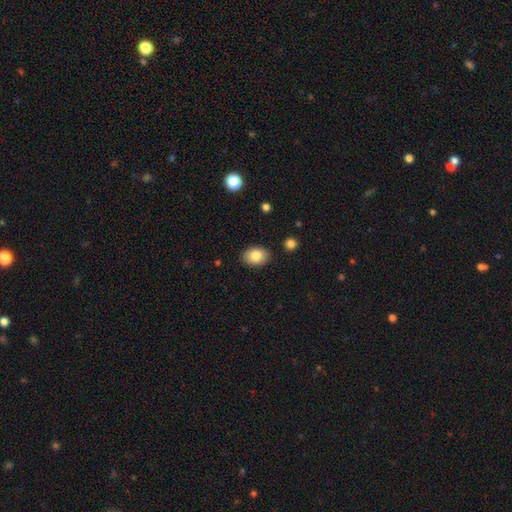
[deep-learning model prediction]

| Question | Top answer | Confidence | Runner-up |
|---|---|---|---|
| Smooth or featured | smooth | 83% | featured or disk (9%) |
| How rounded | in between | 78% | round (21%) |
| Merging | none | 88% | minor disturbance (9%) |